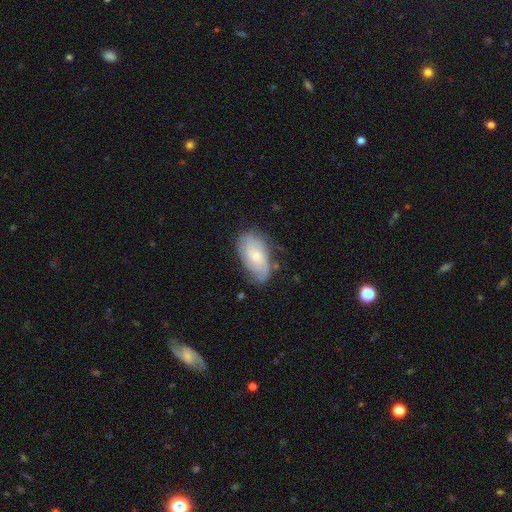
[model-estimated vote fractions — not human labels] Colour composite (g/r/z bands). It shows a featured or disk galaxy (60%) with no bar (68%), 2 (38%) tight (47%) spiral arms (89%) and a small central bulge (52%). Merging: none (67%).